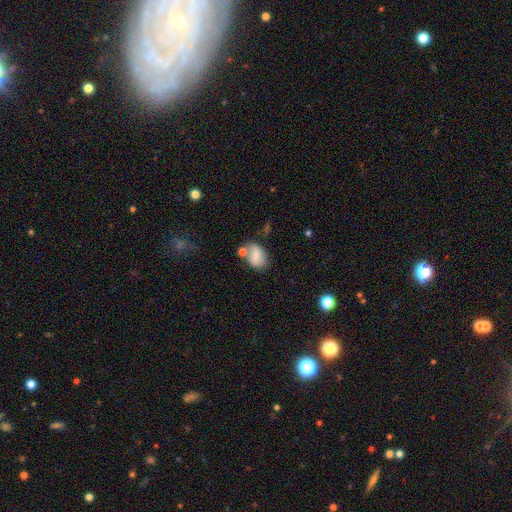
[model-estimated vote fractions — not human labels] The model was most divided on "merging": none: 50%, merger: 23%, minor disturbance: 20%, major disturbance: 7%. More confident: how rounded — in between (73%); smooth or featured — smooth (66%).